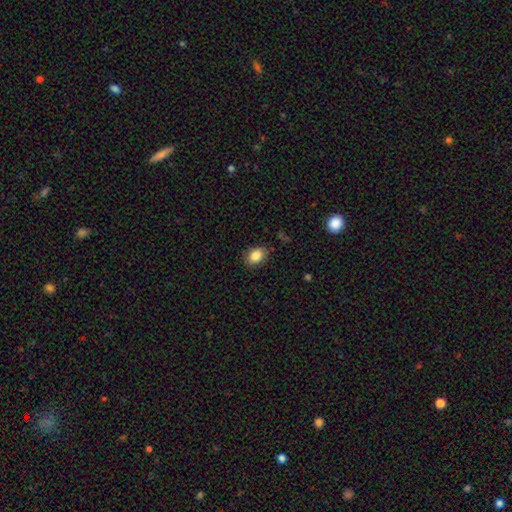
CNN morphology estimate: Smooth or featured? Predicted: smooth (p=0.86). How rounded? Predicted: in between (p=0.75). Merging? Predicted: none (p=0.83).